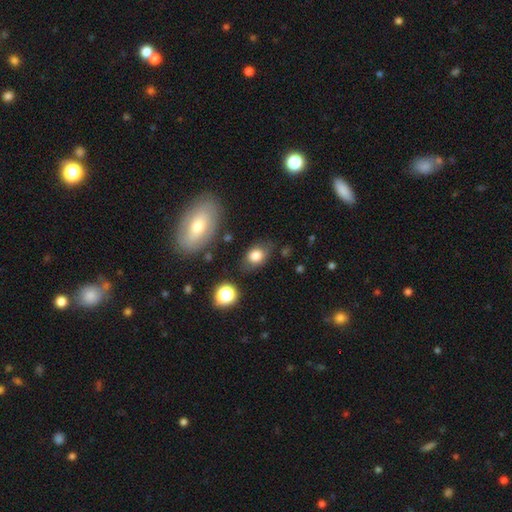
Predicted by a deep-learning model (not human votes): Smooth or featured?
  - smooth: 78% *
  - featured or disk: 11%
  - star or artifact: 10%
How rounded?
  - in between: 69% *
  - round: 29%
  - cigar-shaped: 2%
Merging?
  - none: 72% *
  - minor disturbance: 19%
  - major disturbance: 5%
  - merger: 4%